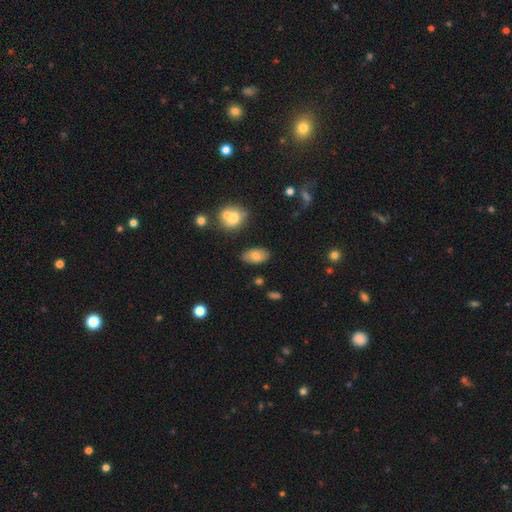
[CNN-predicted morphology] This is likely a smooth galaxy (77%). How rounded: clearly in between (93%). Merging: clearly none (82%).